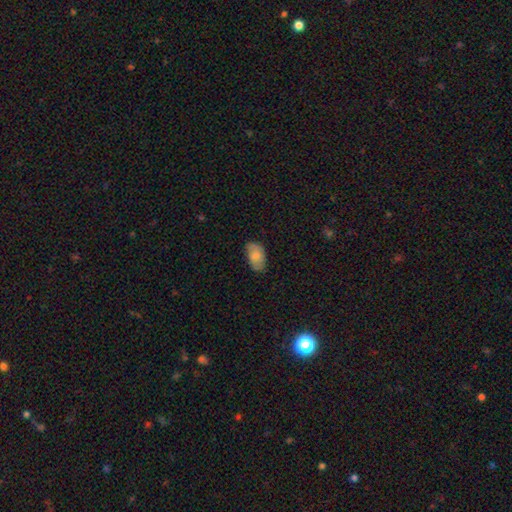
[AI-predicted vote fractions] smooth 77%, featured or disk 16%, star or artifact 7%. Down the decision tree: how rounded — in between (93%); merging — none (68%).